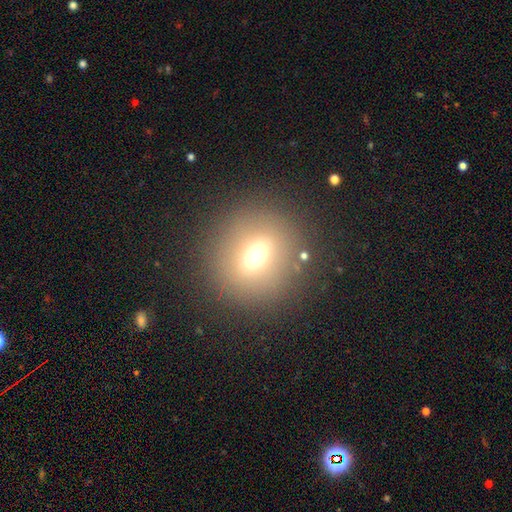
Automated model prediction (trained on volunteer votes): Smooth or featured? smooth (62%)
How rounded? round (76%)
Merging? none (86%)